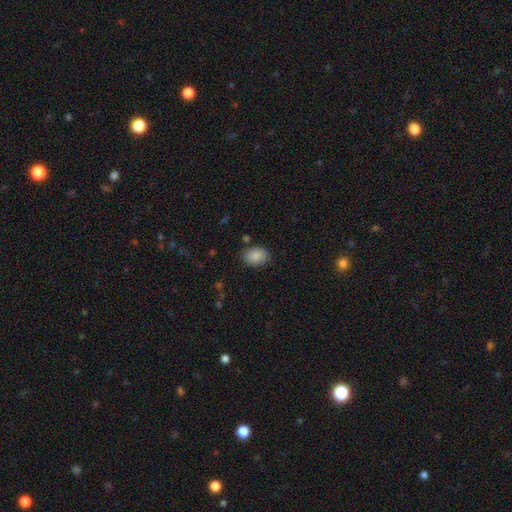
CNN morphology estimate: smooth 88%, star or artifact 8%, featured or disk 4%. Down the decision tree: how rounded — in between (71%); merging — none (83%).